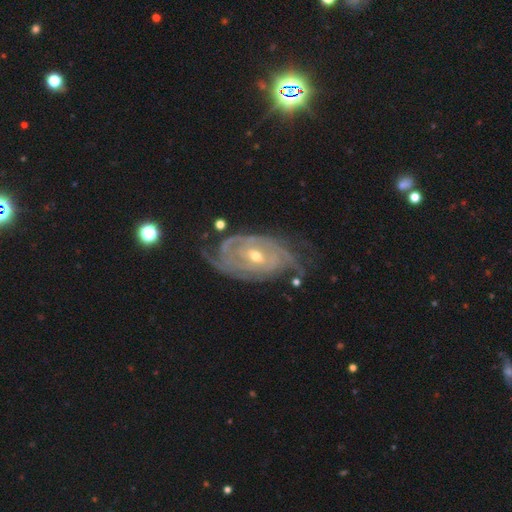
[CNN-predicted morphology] A featured or disk galaxy (90%) with no bar (56%), 2 (31%) tight (76%) spiral arms (97%) and a moderate central bulge (50%). Merging: none (68%).